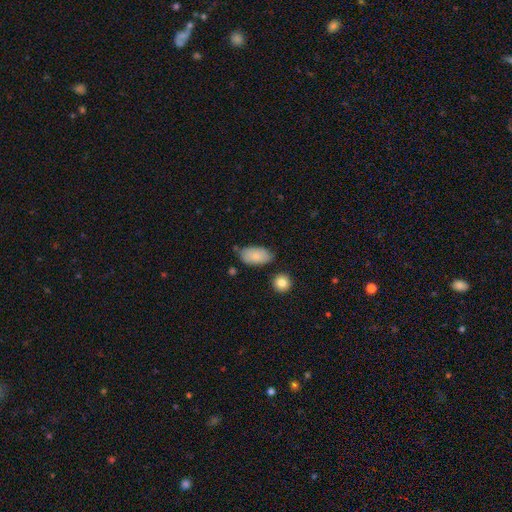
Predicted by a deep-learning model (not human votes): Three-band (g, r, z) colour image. It shows a smooth galaxy with no disk features (80%) that is in between round and cigar-shaped (93%). Merging: none (68%).